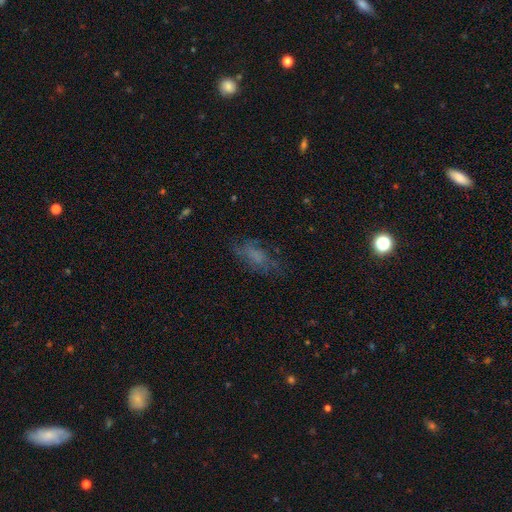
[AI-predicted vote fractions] A smooth galaxy with no disk features (50%). Merging: none (60%).